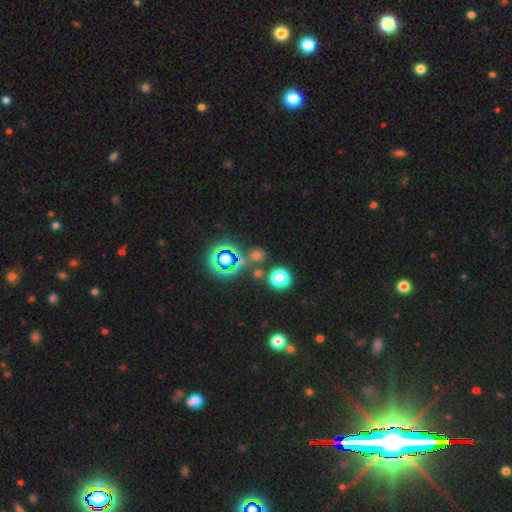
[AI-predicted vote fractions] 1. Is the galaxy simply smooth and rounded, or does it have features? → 47% smooth, 45% star or artifact, 8% featured or disk.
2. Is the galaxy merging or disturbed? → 74% none, 13% merger, 9% minor disturbance, 4% major disturbance.